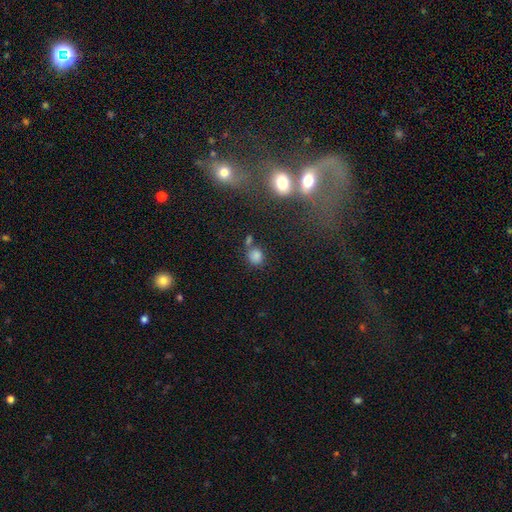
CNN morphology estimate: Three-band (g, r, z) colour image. It shows a smooth galaxy with no disk features (78%) that is round (80%). Merging: none (61%).